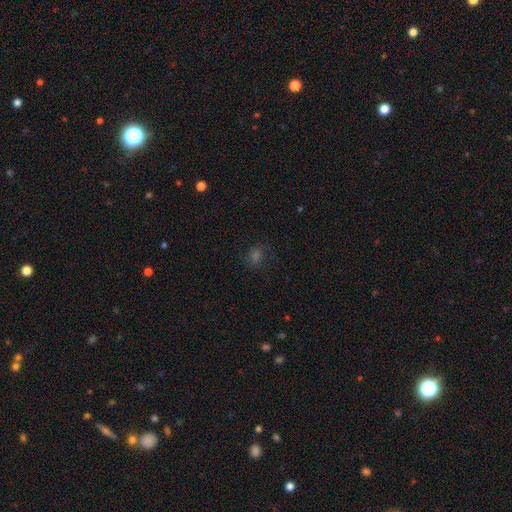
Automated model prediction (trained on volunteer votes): A smooth galaxy with no disk features (50%) that is round (70%). Merging: none (77%).